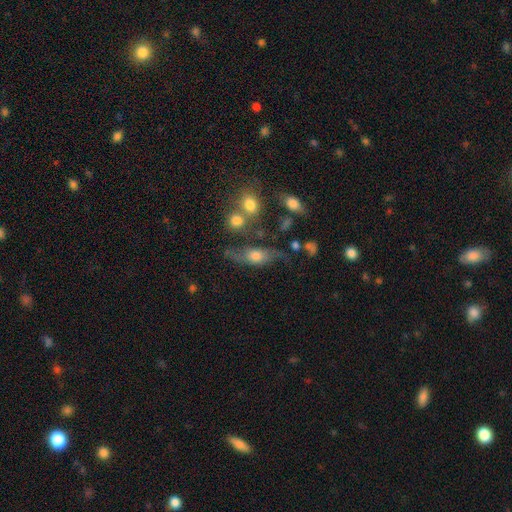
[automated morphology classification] Smooth or featured?
  - smooth: 47% *
  - featured or disk: 42%
  - star or artifact: 11%
Merging?
  - none: 45% *
  - minor disturbance: 24%
  - major disturbance: 19%
  - merger: 12%